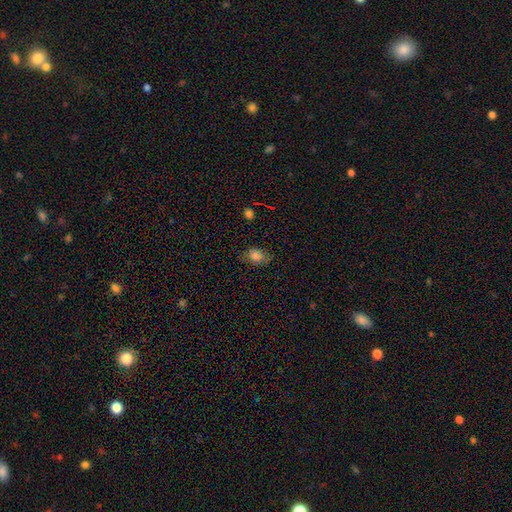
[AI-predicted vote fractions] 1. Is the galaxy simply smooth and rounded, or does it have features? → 78% smooth, 12% star or artifact, 10% featured or disk.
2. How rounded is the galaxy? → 67% in between, 32% round, 2% cigar-shaped.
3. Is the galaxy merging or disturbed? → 69% none, 23% minor disturbance, 7% major disturbance, 1% merger.